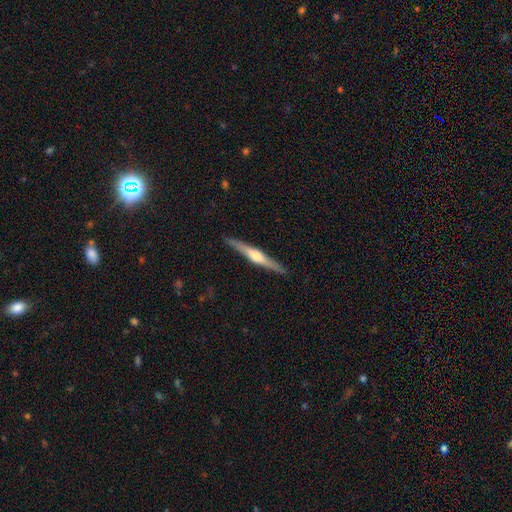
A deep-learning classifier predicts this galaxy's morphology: The model was most divided on "smooth or featured": featured or disk: 70%, smooth: 25%, star or artifact: 5%. More confident: edge-on disk — yes (98%); merging — none (90%); edge-on bulge — rounded (85%).